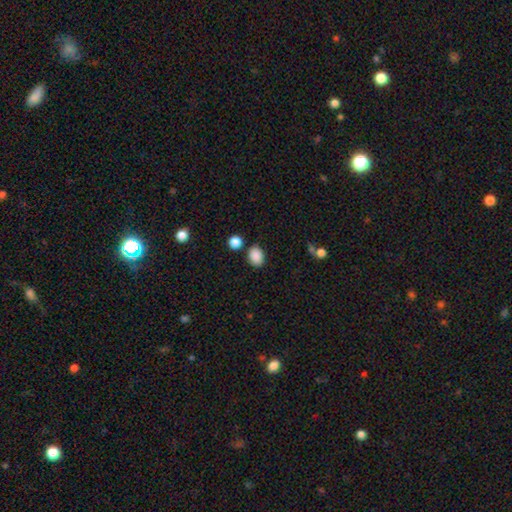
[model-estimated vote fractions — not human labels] A smooth galaxy with no disk features (88%) that is in between round and cigar-shaped (70%).

Vote fractions:
- Smooth or featured? smooth: 88% / star or artifact: 8% / featured or disk: 3%
- How rounded? in between: 70% / round: 29% / cigar-shaped: 1%
- Merging? none: 81% / minor disturbance: 10% / merger: 5% / major disturbance: 3%